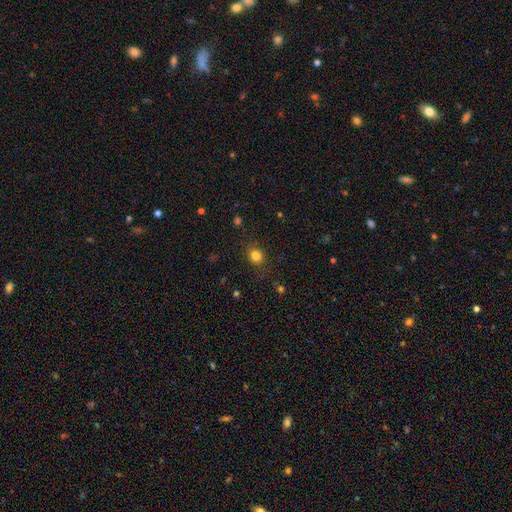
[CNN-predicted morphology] The model was most divided on "how rounded": round: 74%, in between: 25%, cigar-shaped: 1%. More confident: merging — none (83%); smooth or featured — smooth (81%).